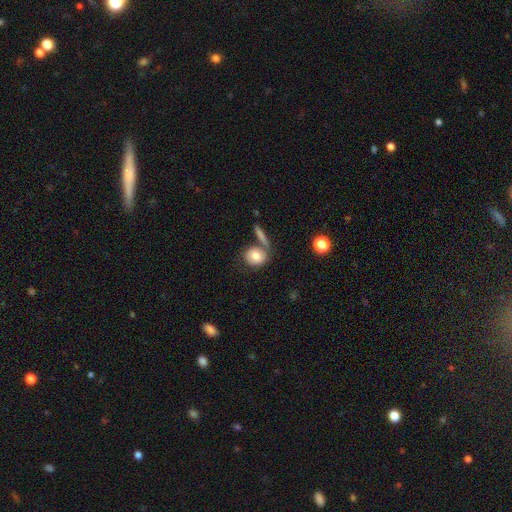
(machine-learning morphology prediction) Smooth or featured?
  - smooth: 75% *
  - featured or disk: 17%
  - star or artifact: 8%
How rounded?
  - round: 69% *
  - in between: 29%
  - cigar-shaped: 3%
Merging?
  - none: 61% *
  - merger: 19%
  - minor disturbance: 14%
  - major disturbance: 6%